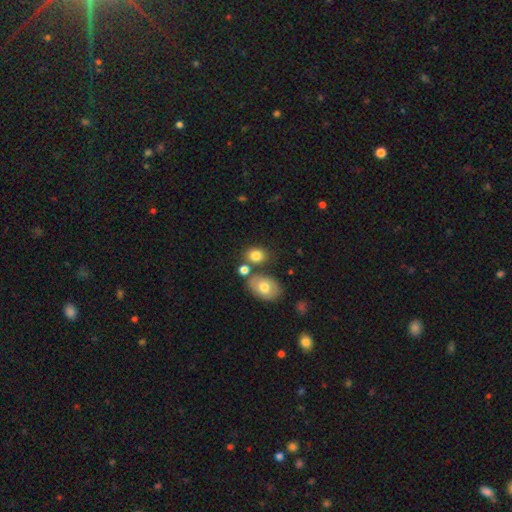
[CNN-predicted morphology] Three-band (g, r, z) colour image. It shows a smooth galaxy with no disk features (79%) that is in between round and cigar-shaped (58%). Merging: none (60%).